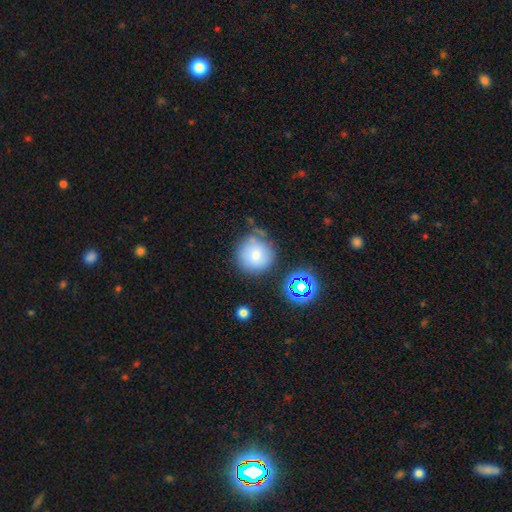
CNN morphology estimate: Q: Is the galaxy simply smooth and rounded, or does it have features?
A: smooth — 77%.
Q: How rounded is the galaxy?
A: round — 93%.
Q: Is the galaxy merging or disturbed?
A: none — 67%.